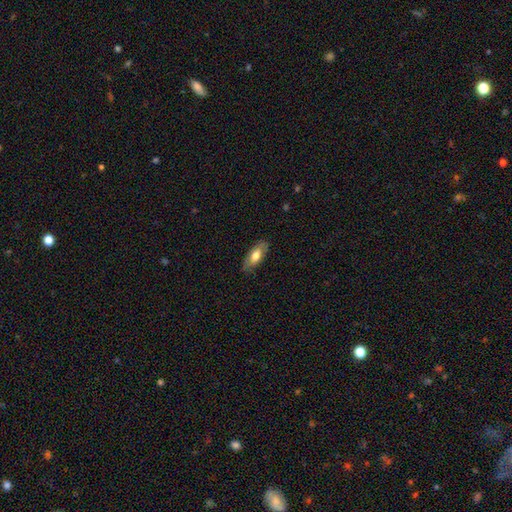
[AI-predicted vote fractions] Morphology: type=smooth (63%); roundness=in between (78%); merging=none (82%).